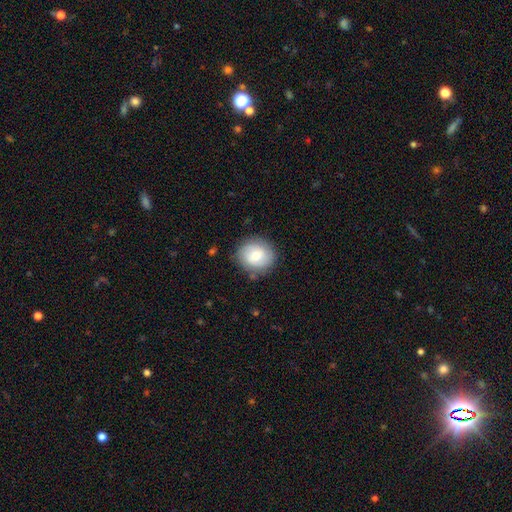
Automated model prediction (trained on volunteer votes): Smooth or featured? Predicted: smooth (p=0.70). How rounded? Predicted: round (p=0.82). Merging? Predicted: none (p=0.83).